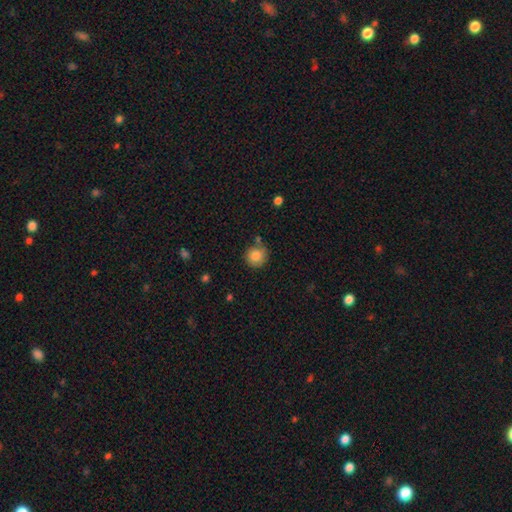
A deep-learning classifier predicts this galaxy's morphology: smooth-or-featured: smooth: 84% | star or artifact: 9% | featured or disk: 7%
  how-rounded: round: 93% | in between: 6% | cigar-shaped: 1%
  merging: none: 77% | minor disturbance: 12% | merger: 8% | major disturbance: 3%